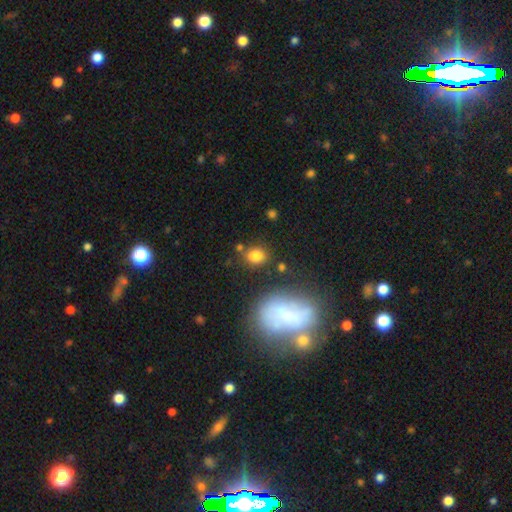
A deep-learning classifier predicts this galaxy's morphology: A smooth galaxy with no disk features (82%) that is round (58%). Merging: none (77%).